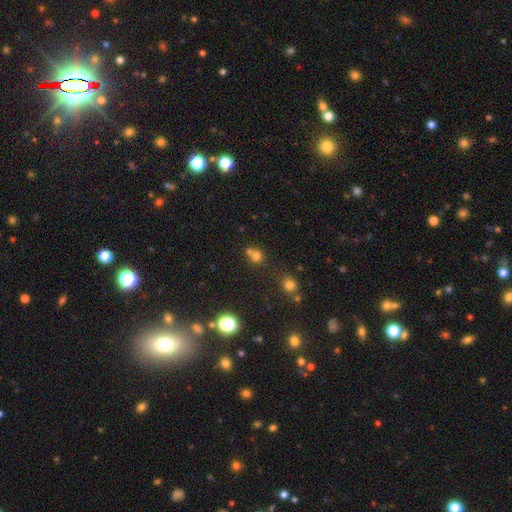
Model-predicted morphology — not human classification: A smooth galaxy with no disk features (71%) that is round (82%). Merging: none (47%).